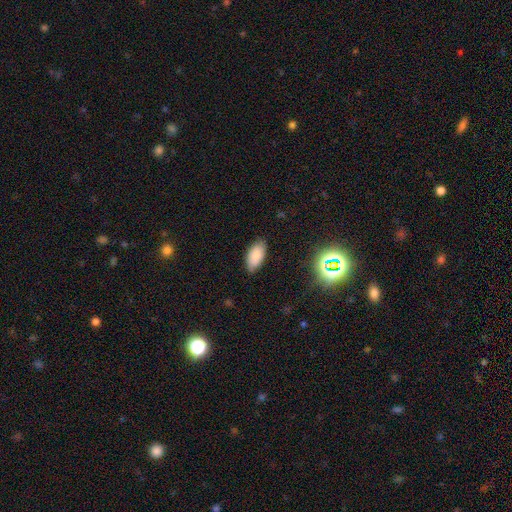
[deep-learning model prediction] This appears to be a smooth galaxy with no disk features (84%) that is in between round and cigar-shaped (93%). Merging: none (83%).